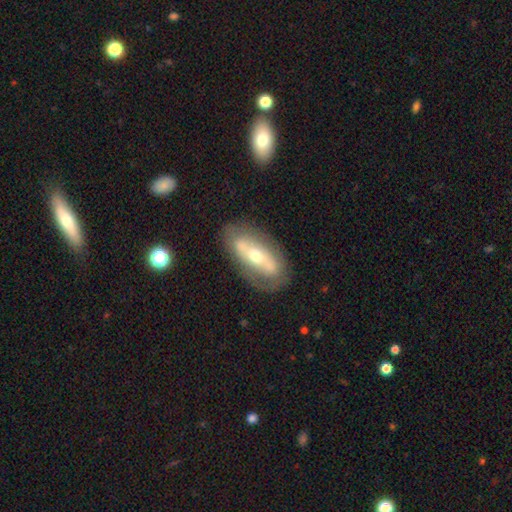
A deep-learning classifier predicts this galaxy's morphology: type=featured or disk (63%); edge-on=no (83%); bar=no (52%); spiral arms=no (66%); bulge=moderate (61%); merging=none (75%).